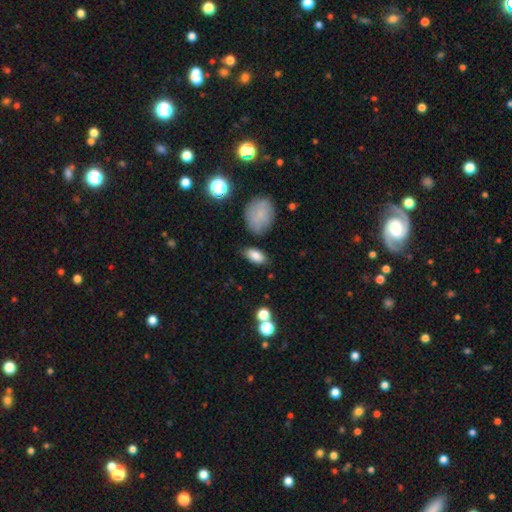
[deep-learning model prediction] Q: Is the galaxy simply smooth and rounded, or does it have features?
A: smooth — 83%.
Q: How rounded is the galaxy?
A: in between — 91%.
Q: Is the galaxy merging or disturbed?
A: none — 76%.